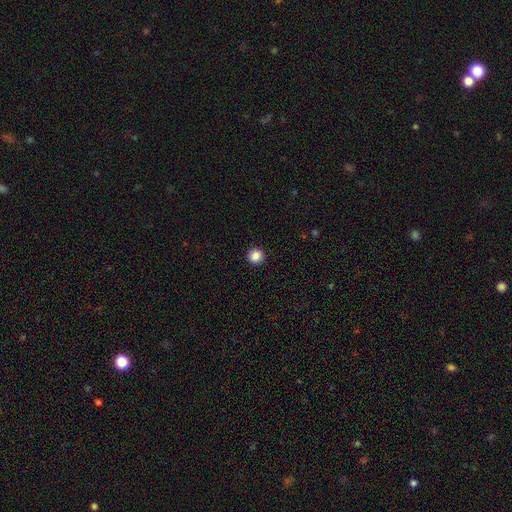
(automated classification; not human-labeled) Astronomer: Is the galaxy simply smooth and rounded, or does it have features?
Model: smooth — 87%.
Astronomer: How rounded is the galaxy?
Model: round — 95%.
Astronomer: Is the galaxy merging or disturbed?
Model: none — 93%.